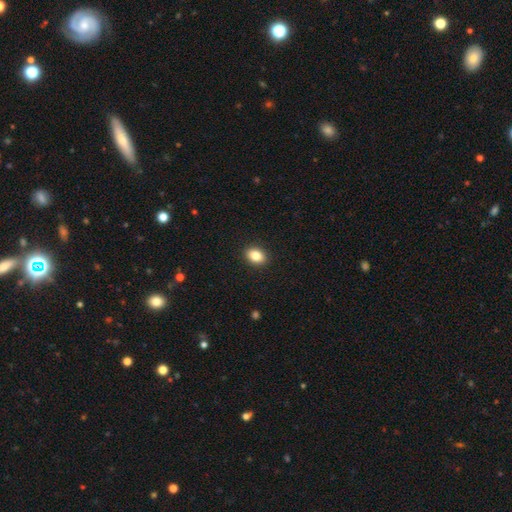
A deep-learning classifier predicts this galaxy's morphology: A smooth galaxy with no disk features (86%) that is in between round and cigar-shaped (73%). Merging: none (91%).